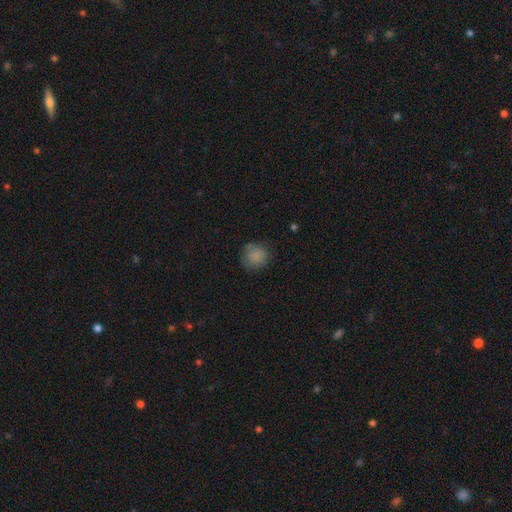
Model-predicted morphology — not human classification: A smooth galaxy with no disk features (83%) that is round (89%).

Vote fractions:
- Smooth or featured? smooth: 83% / star or artifact: 10% / featured or disk: 7%
- How rounded? round: 89% / in between: 10% / cigar-shaped: 1%
- Merging? none: 77% / minor disturbance: 17% / major disturbance: 5% / merger: 1%